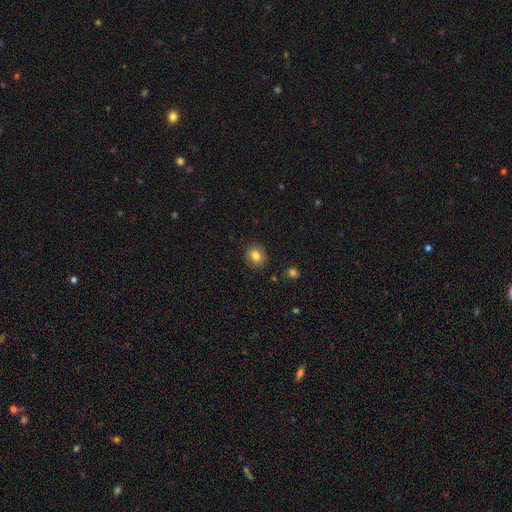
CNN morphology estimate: A smooth galaxy with no disk features (80%) that is round (65%).

Vote fractions:
- Smooth or featured? smooth: 80% / featured or disk: 10% / star or artifact: 10%
- How rounded? round: 65% / in between: 34% / cigar-shaped: 1%
- Merging? none: 86% / minor disturbance: 10% / major disturbance: 3% / merger: 1%